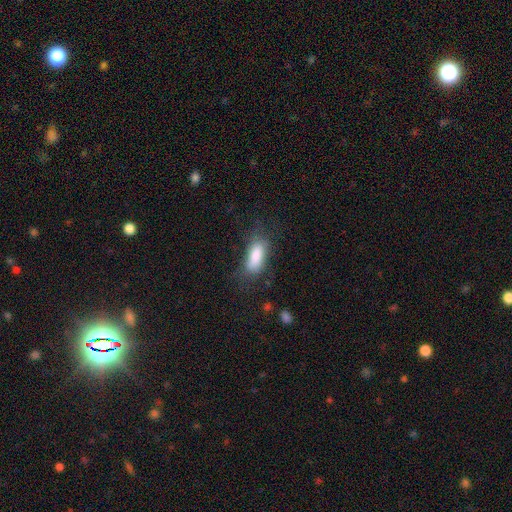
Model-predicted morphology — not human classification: This appears to be a smooth galaxy with no disk features (81%) that is in between round and cigar-shaped (76%). Merging: none (62%).